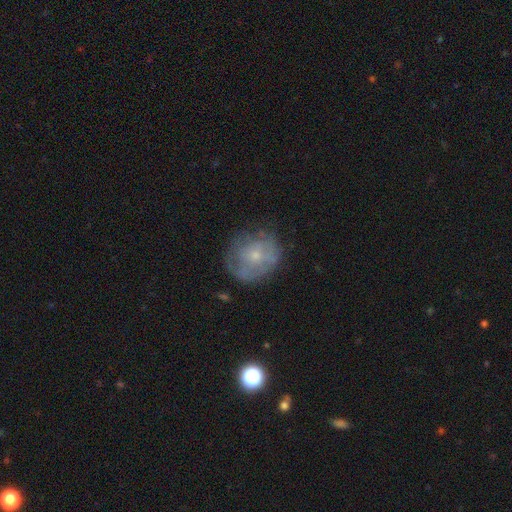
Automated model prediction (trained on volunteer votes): Smooth or featured: featured or disk — 51% (smooth — 40%)
Edge-on disk: no — 97% (yes — 3%)
Merging: none — 64% (minor disturbance — 23%)